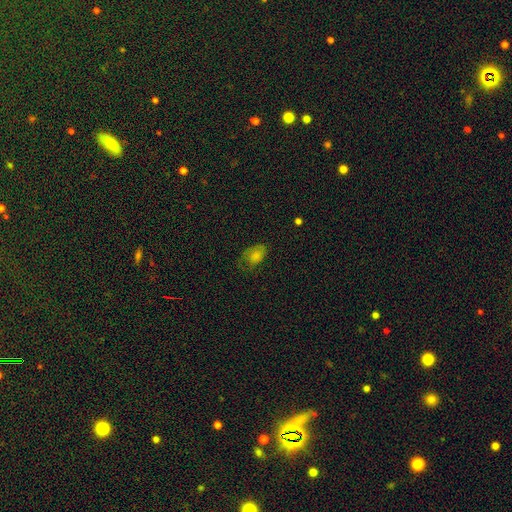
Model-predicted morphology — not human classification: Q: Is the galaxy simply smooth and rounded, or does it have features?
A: smooth — 67%.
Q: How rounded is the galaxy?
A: in between — 86%.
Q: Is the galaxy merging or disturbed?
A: none — 46%.